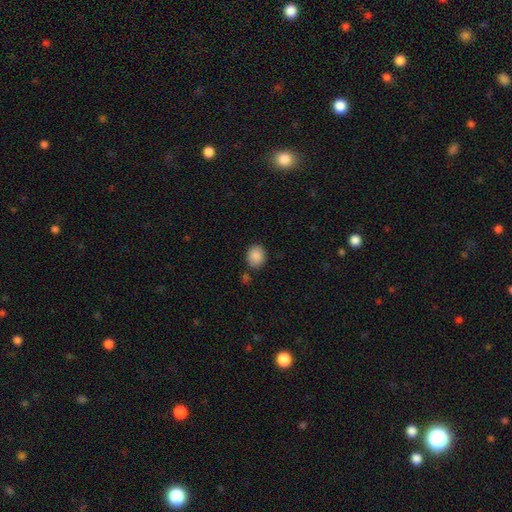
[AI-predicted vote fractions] The model was most divided on "how rounded": round: 56%, in between: 43%, cigar-shaped: 1%. More confident: smooth or featured — smooth (88%); merging — none (81%).